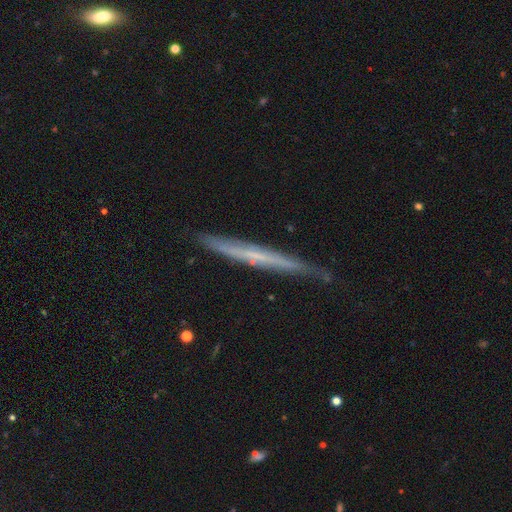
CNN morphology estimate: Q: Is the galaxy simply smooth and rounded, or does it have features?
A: featured or disk — 58%.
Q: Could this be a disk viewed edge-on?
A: yes — 95%.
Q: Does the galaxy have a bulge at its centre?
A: none — 84%.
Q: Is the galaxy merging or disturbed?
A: none — 79%.